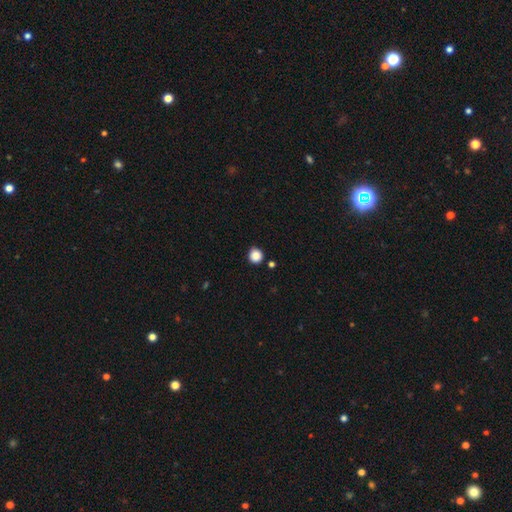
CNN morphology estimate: A smooth galaxy with no disk features (86%) that is round (92%).

Vote fractions:
- Smooth or featured? smooth: 86% / star or artifact: 10% / featured or disk: 4%
- How rounded? round: 92% / in between: 7% / cigar-shaped: 1%
- Merging? none: 90% / minor disturbance: 6% / merger: 2% / major disturbance: 2%